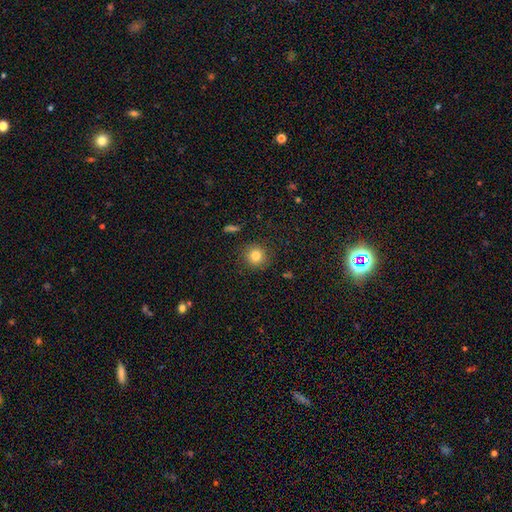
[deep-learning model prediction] Overall: smooth (82%). How rounded: round (92%). Merging: none (88%).